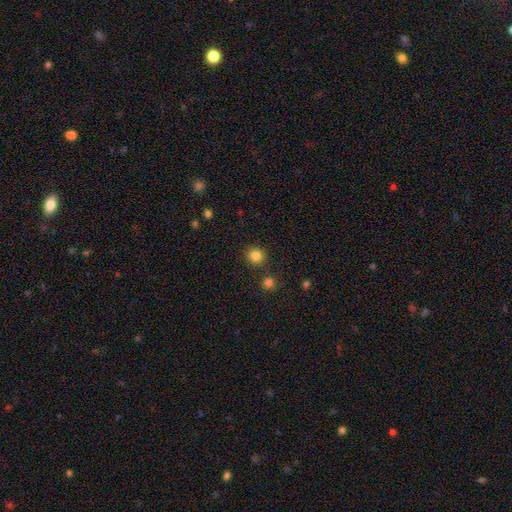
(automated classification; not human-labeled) smooth-or-featured: smooth: 84% | star or artifact: 12% | featured or disk: 4%
  how-rounded: round: 90% | in between: 9% | cigar-shaped: 1%
  merging: none: 87% | minor disturbance: 6% | merger: 4% | major disturbance: 2%